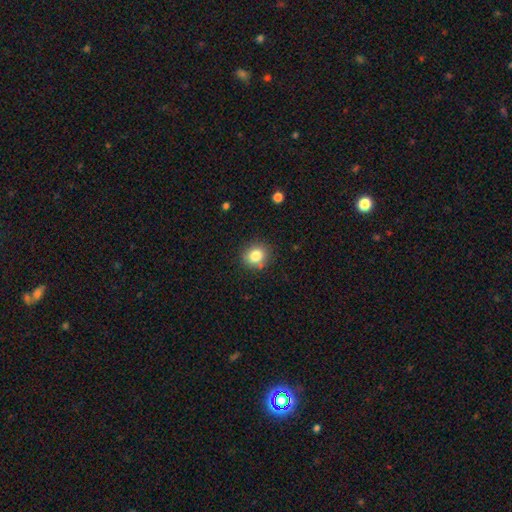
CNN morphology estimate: Smooth or featured? smooth (83%)
How rounded? round (77%)
Merging? none (83%)